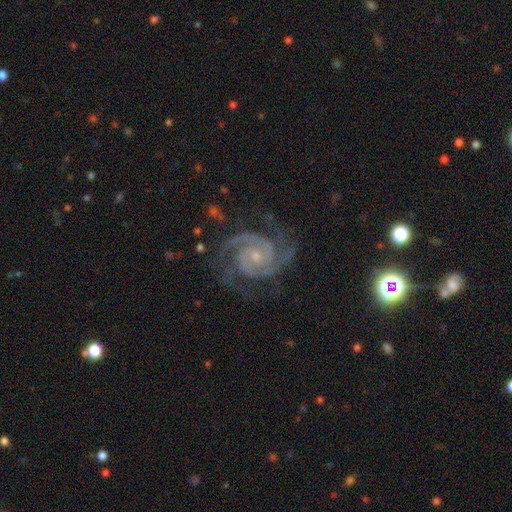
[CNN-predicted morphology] smooth_or_featured: featured or disk (p=0.93) [alt: star or artifact p=0.05]
disk_edge_on: no (p=0.98) [alt: yes p=0.02]
bar: no (p=0.67) [alt: weak p=0.25]
has_spiral_arms: yes (p=0.99) [alt: no p=0.01]
spiral_winding: tight (p=0.62) [alt: medium p=0.34]
spiral_arm_count: 2 (p=0.62) [alt: 3 p=0.23]
bulge_size: small (p=0.73) [alt: moderate p=0.21]
merging: none (p=0.76) [alt: minor disturbance p=0.16]